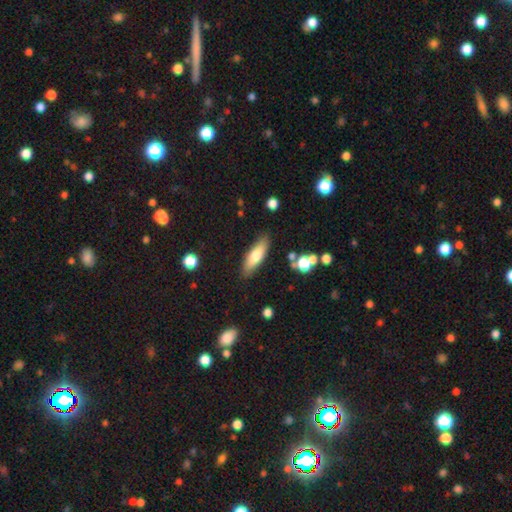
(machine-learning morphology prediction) Overall: smooth (69%). How rounded: in between (53%; cigar-shaped 45%). Merging: none (83%).